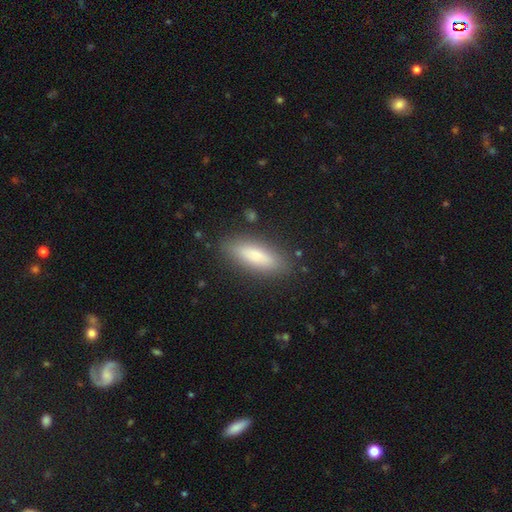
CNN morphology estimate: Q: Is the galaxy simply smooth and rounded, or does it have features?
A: smooth — 79%.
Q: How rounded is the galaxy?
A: in between — 50%.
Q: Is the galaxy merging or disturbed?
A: none — 85%.